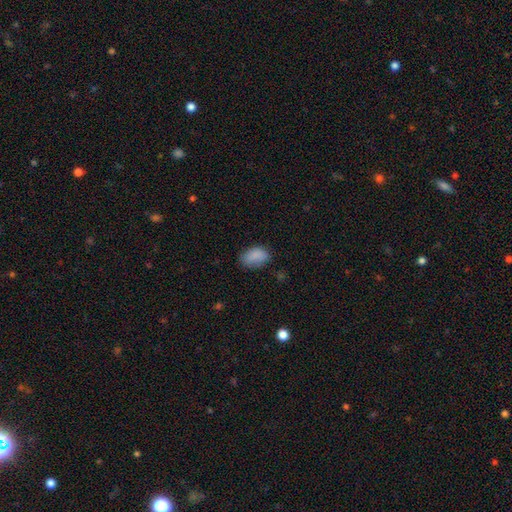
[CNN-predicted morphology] Smooth or featured: smooth — 86% (star or artifact — 9%)
How rounded: in between — 87% (round — 12%)
Merging: none — 70% (minor disturbance — 23%)